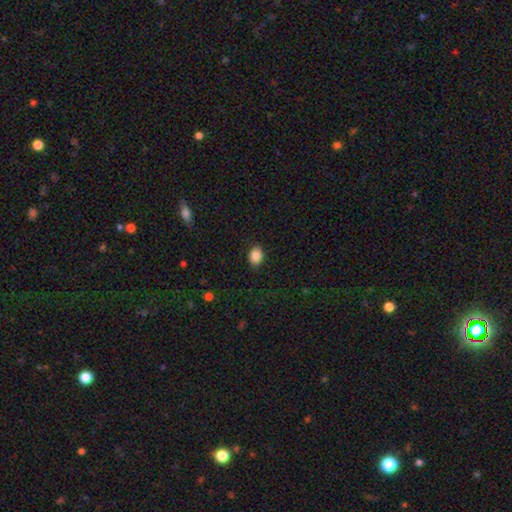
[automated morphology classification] smooth_or_featured: smooth (p=0.87) [alt: star or artifact p=0.09]
how_rounded: in between (p=0.63) [alt: round p=0.36]
merging: none (p=0.88) [alt: minor disturbance p=0.09]